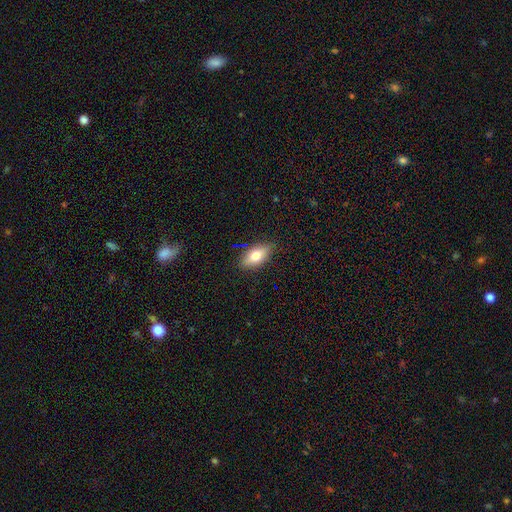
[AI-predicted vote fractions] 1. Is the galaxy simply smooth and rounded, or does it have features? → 69% smooth, 23% featured or disk, 8% star or artifact.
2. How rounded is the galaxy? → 85% in between, 10% cigar-shaped, 5% round.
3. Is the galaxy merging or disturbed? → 85% none, 12% minor disturbance, 2% major disturbance, 1% merger.